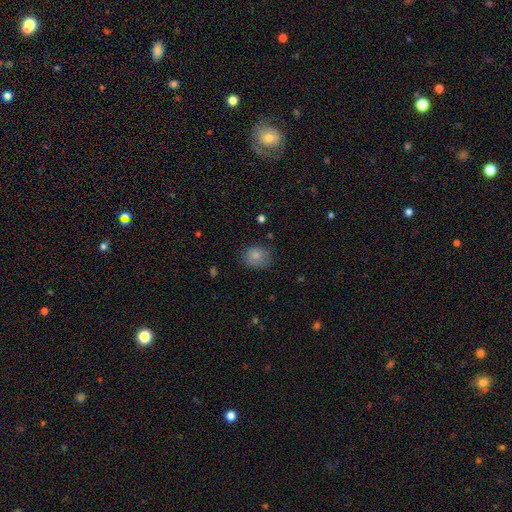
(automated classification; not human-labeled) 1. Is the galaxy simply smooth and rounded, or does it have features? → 82% smooth, 9% featured or disk, 9% star or artifact.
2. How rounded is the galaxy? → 66% round, 33% in between, 1% cigar-shaped.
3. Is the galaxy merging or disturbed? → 70% none, 23% minor disturbance, 6% major disturbance, 2% merger.